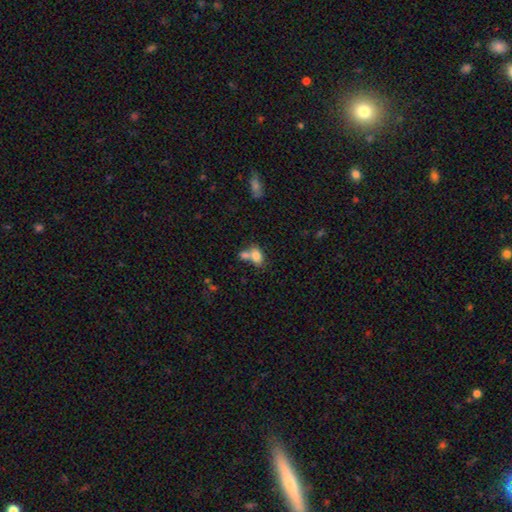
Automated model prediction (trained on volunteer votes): Smooth or featured? smooth (80%)
How rounded? in between (83%)
Merging? merger (50%)